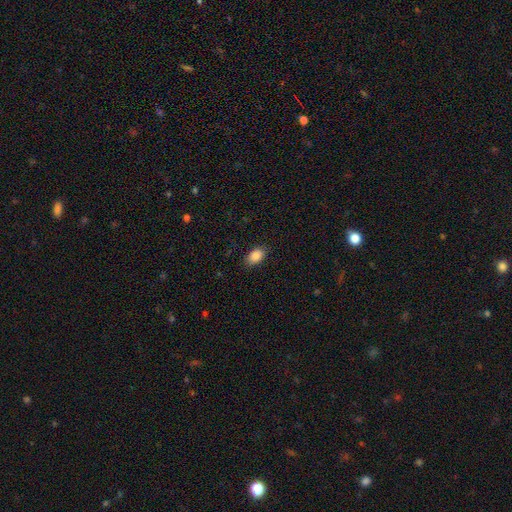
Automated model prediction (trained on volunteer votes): Smooth or featured: smooth — 88% (star or artifact — 8%)
How rounded: in between — 89% (round — 10%)
Merging: none — 85% (minor disturbance — 12%)